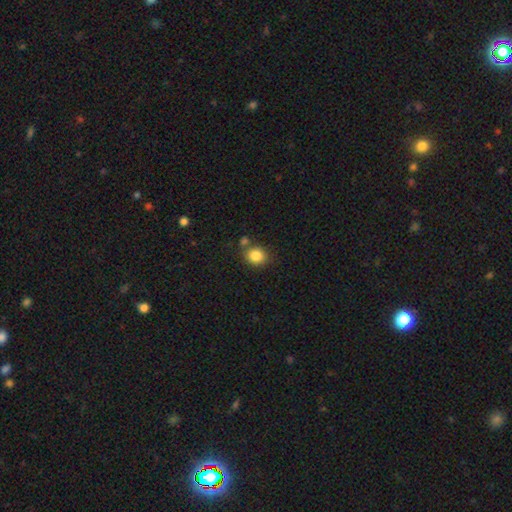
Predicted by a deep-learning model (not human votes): Q: Smooth or featured?
A: smooth (85%); runner-up: star or artifact (10%)
Q: How rounded?
A: round (77%); runner-up: in between (22%)
Q: Merging?
A: none (69%); runner-up: merger (15%)